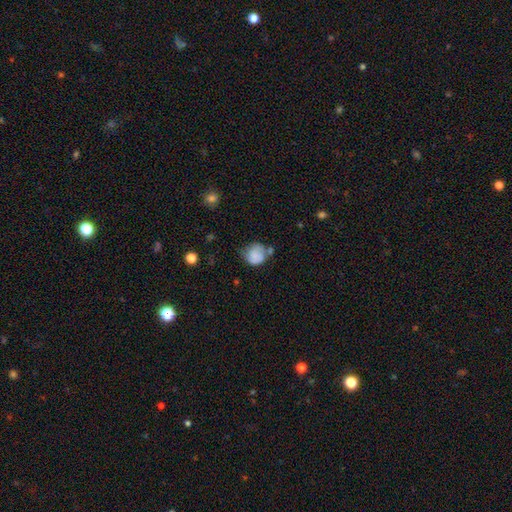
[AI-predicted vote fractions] Morphology: type=smooth (73%); roundness=round (78%); merging=none (43%).